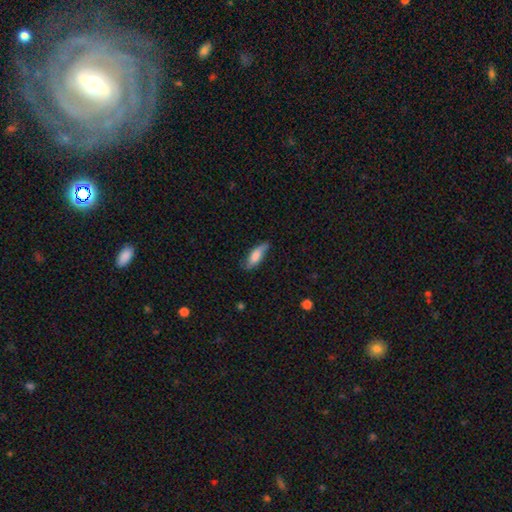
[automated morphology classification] smooth 71%, featured or disk 22%, star or artifact 7%. Down the decision tree: how rounded — in between (60%); merging — none (65%).